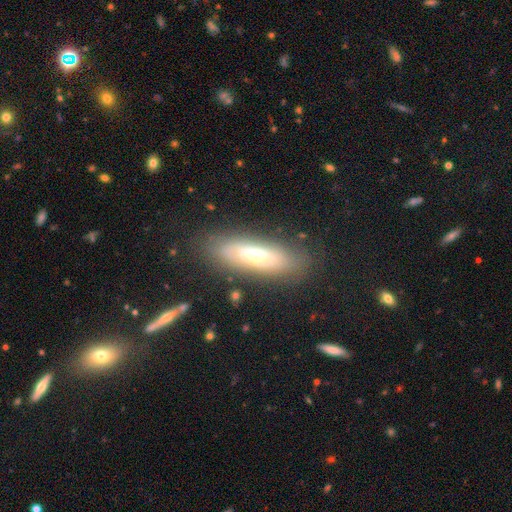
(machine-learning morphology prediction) Overall: featured or disk (51%; smooth 41%). Edge-on disk: no (66%; yes 34%). Merging: none (78%).